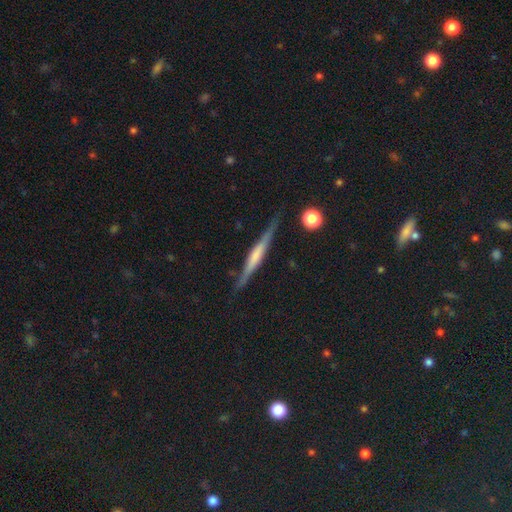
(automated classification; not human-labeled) Q: Smooth or featured?
A: featured or disk (64%); runner-up: smooth (28%)
Q: Edge-on disk?
A: yes (97%); runner-up: no (3%)
Q: Edge-on bulge?
A: rounded (35%); runner-up: boxy (33%)
Q: Merging?
A: none (86%); runner-up: minor disturbance (10%)